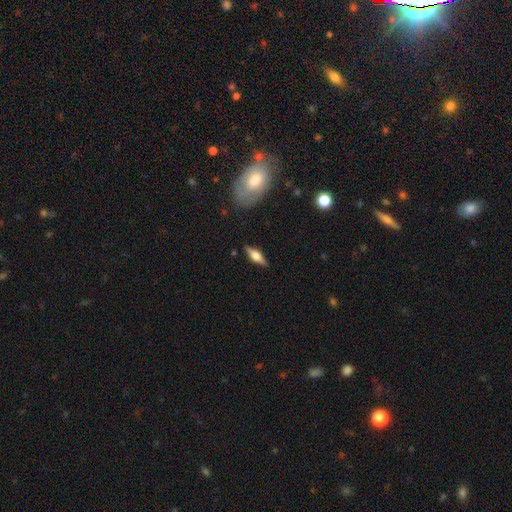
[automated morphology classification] Smooth or featured? featured or disk (55%)
Edge-on disk? yes (94%)
Edge-on bulge? rounded (88%)
Merging? none (86%)